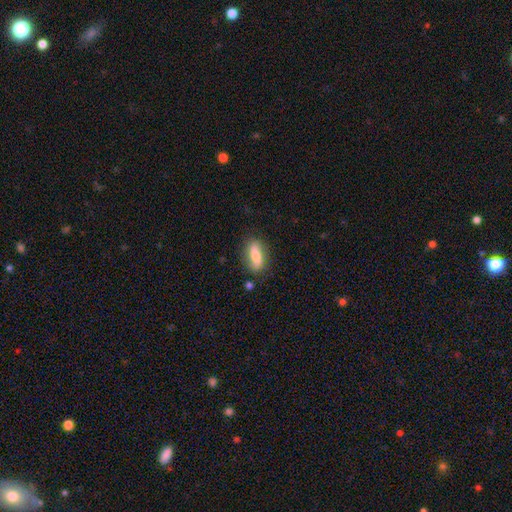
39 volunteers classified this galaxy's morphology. Volunteers were most divided on "how rounded": in between: 52%, cigar-shaped: 48%, round: 0%. More confident: merging — none (89%); smooth or featured — smooth (59%).